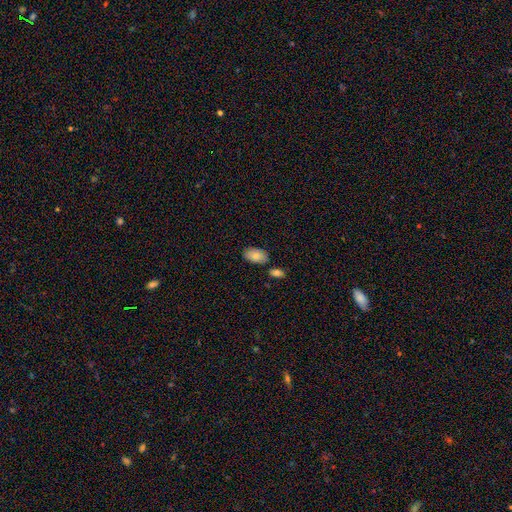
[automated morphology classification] smooth_or_featured: smooth (p=0.83) [alt: featured or disk p=0.10]
how_rounded: in between (p=0.94) [alt: round p=0.04]
merging: none (p=0.76) [alt: minor disturbance p=0.13]